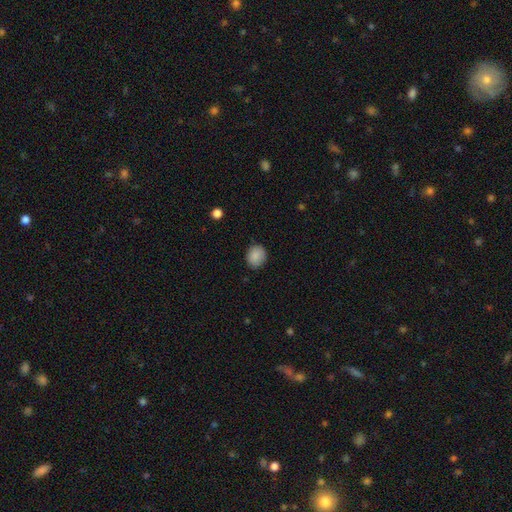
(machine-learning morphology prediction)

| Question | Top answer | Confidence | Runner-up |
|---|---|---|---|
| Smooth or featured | smooth | 88% | star or artifact (8%) |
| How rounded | round | 68% | in between (31%) |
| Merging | none | 85% | minor disturbance (12%) |